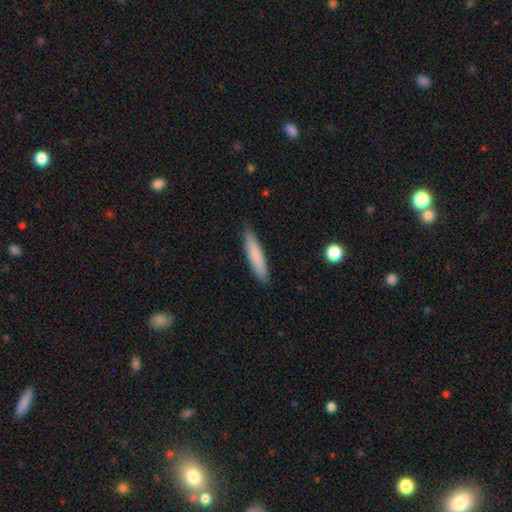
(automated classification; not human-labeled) The model was most divided on "smooth or featured": smooth: 82%, featured or disk: 12%, star or artifact: 6%. More confident: merging — none (88%); how rounded — cigar-shaped (87%).